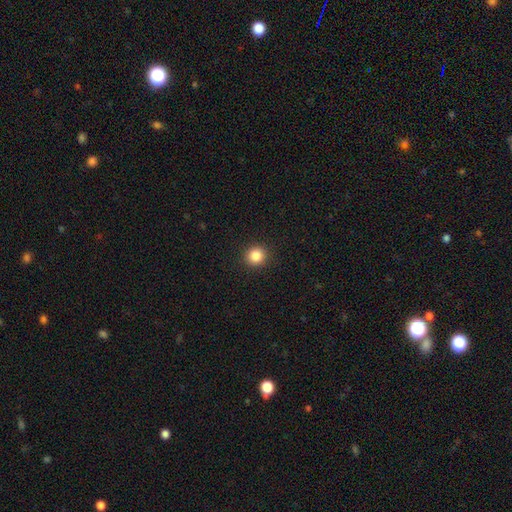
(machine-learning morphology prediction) Overall: smooth (85%). How rounded: round (92%). Merging: none (93%).